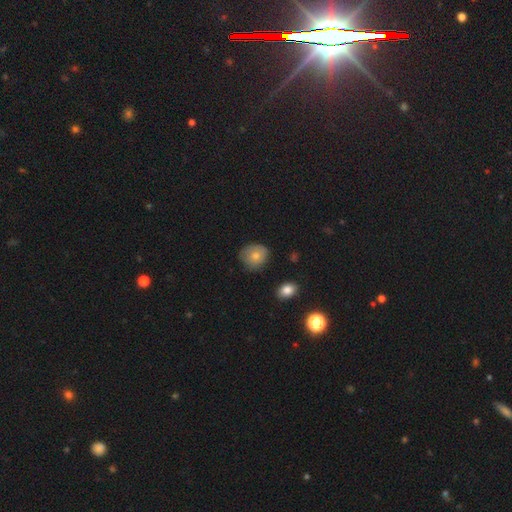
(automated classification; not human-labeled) A smooth galaxy with no disk features (75%) that is round (76%). Merging: none (70%).